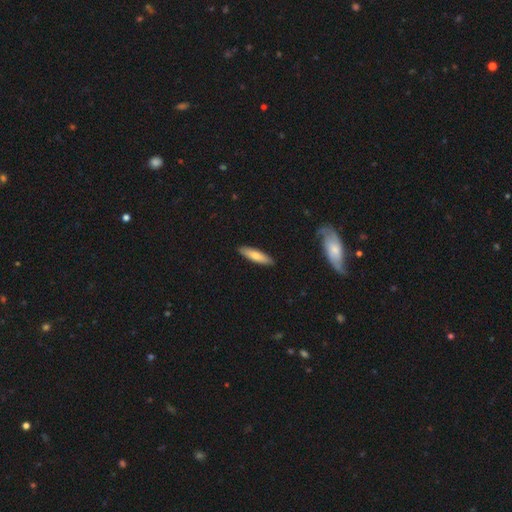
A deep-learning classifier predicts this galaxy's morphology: Q: Smooth or featured?
A: smooth (70%); runner-up: featured or disk (24%)
Q: How rounded?
A: cigar-shaped (70%); runner-up: in between (28%)
Q: Merging?
A: none (89%); runner-up: minor disturbance (8%)